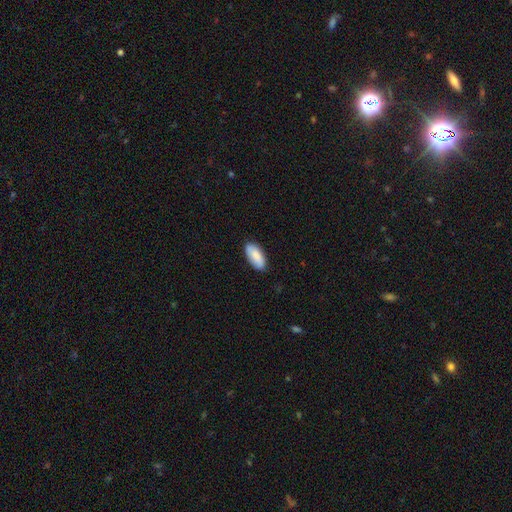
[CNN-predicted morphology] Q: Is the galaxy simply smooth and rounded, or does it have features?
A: smooth — 86%.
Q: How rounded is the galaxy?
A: in between — 89%.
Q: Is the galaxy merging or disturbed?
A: none — 86%.